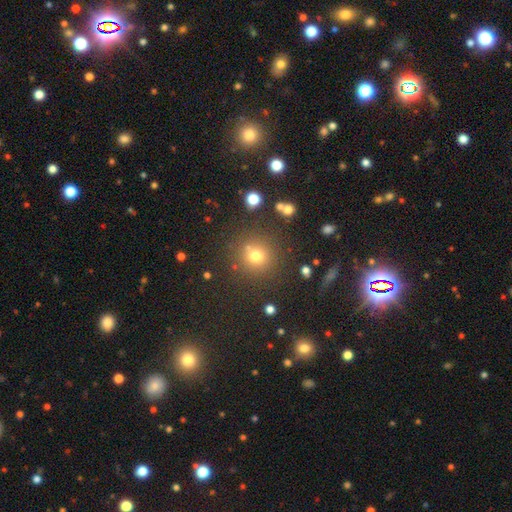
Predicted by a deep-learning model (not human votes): Q: Smooth or featured?
A: smooth (73%); runner-up: star or artifact (18%)
Q: How rounded?
A: round (92%); runner-up: in between (7%)
Q: Merging?
A: none (81%); runner-up: minor disturbance (9%)